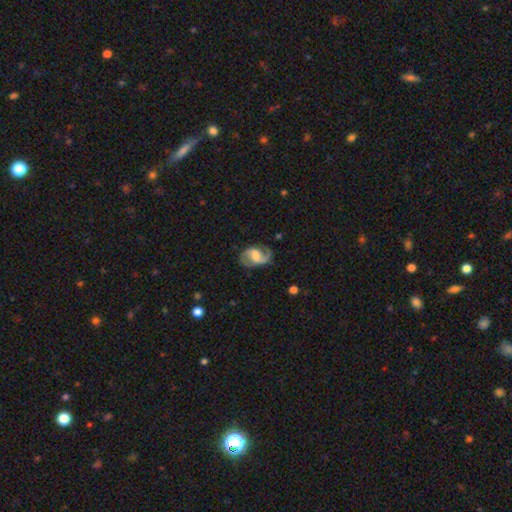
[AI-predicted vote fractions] smooth_or_featured: featured or disk (p=0.82) [alt: smooth p=0.12]
disk_edge_on: no (p=0.98) [alt: yes p=0.02]
bar: weak (p=0.51) [alt: no p=0.32]
has_spiral_arms: yes (p=0.95) [alt: no p=0.05]
spiral_winding: medium (p=0.51) [alt: loose p=0.33]
spiral_arm_count: 2 (p=0.89) [alt: 1 p=0.04]
bulge_size: moderate (p=0.36) [alt: small p=0.22]
merging: none (p=0.75) [alt: minor disturbance p=0.16]